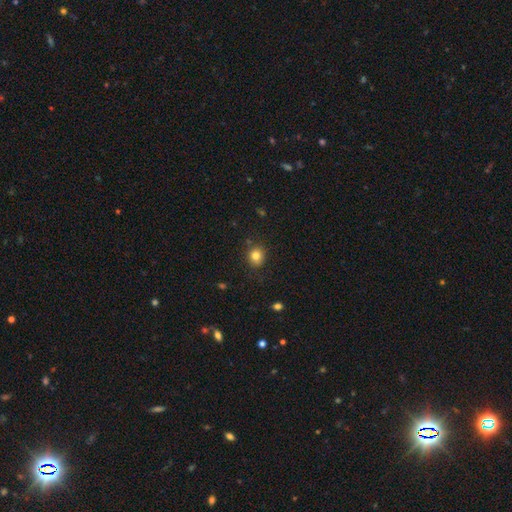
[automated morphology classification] Smooth or featured: smooth — 81% (star or artifact — 12%)
How rounded: round — 73% (in between — 26%)
Merging: none — 85% (minor disturbance — 10%)